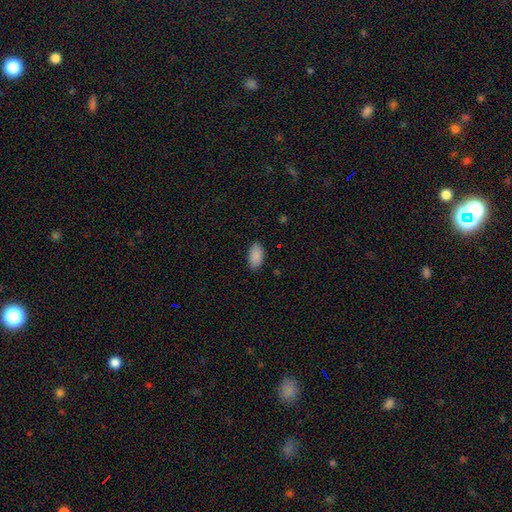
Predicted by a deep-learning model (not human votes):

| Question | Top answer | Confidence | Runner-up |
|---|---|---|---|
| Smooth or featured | smooth | 90% | star or artifact (7%) |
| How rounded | in between | 95% | round (3%) |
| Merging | none | 86% | minor disturbance (10%) |